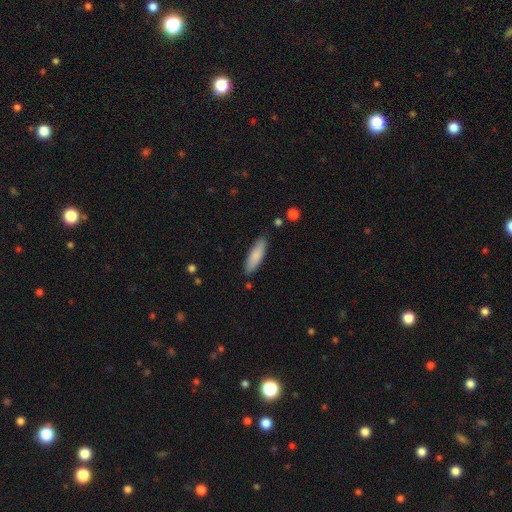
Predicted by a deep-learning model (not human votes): Q: Smooth or featured?
A: smooth (83%); runner-up: featured or disk (11%)
Q: How rounded?
A: cigar-shaped (58%); runner-up: in between (40%)
Q: Merging?
A: none (85%); runner-up: minor disturbance (11%)